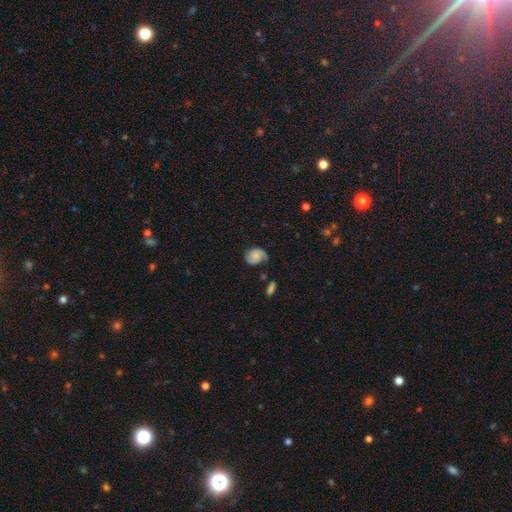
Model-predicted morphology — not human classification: Smooth or featured?
  - featured or disk: 50% *
  - smooth: 41%
  - star or artifact: 9%
Merging?
  - none: 64% *
  - minor disturbance: 25%
  - major disturbance: 8%
  - merger: 3%